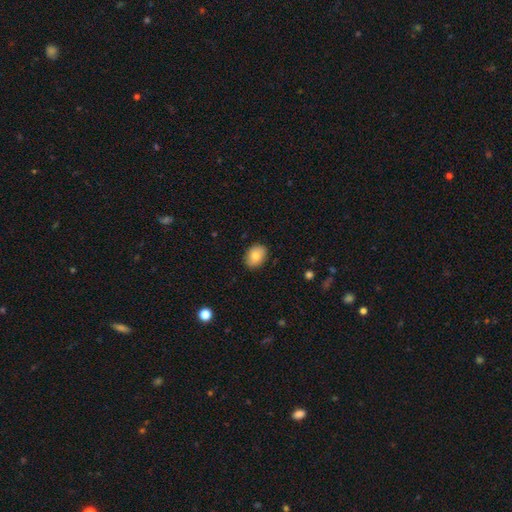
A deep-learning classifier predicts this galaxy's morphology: This is likely a smooth galaxy (80%). How rounded: likely in between (72%). Merging: clearly none (85%).